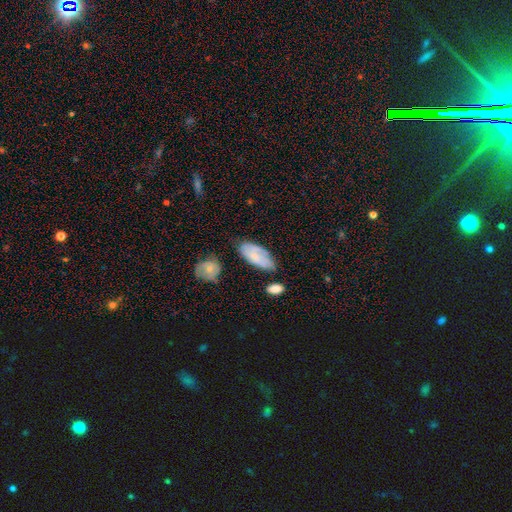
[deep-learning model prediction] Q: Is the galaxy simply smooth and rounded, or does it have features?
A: smooth — 60%.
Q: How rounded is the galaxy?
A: in between — 88%.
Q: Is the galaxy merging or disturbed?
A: none — 60%.